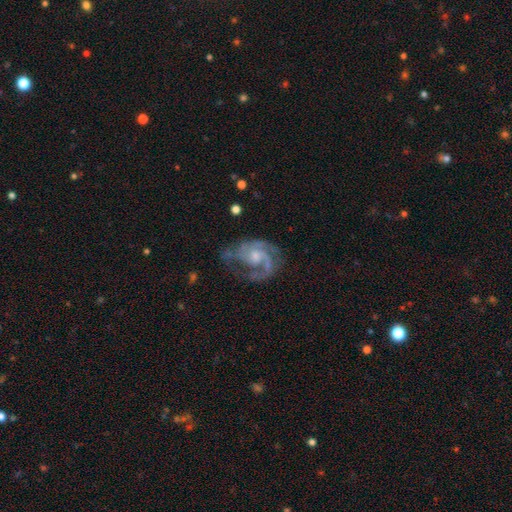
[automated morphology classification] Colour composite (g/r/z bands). It shows a featured or disk galaxy (87%) with no bar (64%), 2 (51%) medium (50%) spiral arms (95%) and a small central bulge (50%). Merging: none (53%).